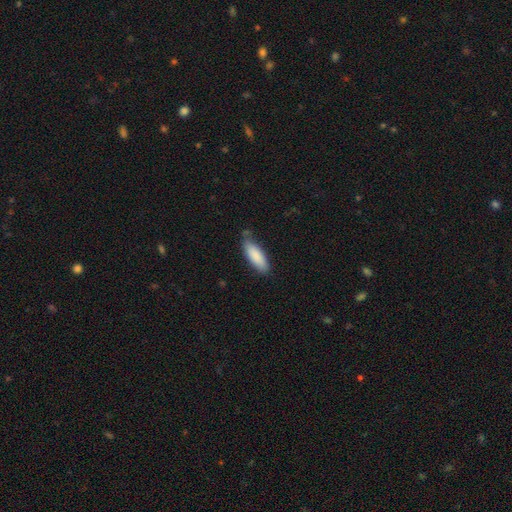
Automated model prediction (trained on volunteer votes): A smooth galaxy with no disk features (87%) that is in between round and cigar-shaped (58%).

Vote fractions:
- Smooth or featured? smooth: 87% / featured or disk: 7% / star or artifact: 6%
- How rounded? in between: 58% / cigar-shaped: 40% / round: 1%
- Merging? none: 71% / minor disturbance: 22% / major disturbance: 4% / merger: 3%